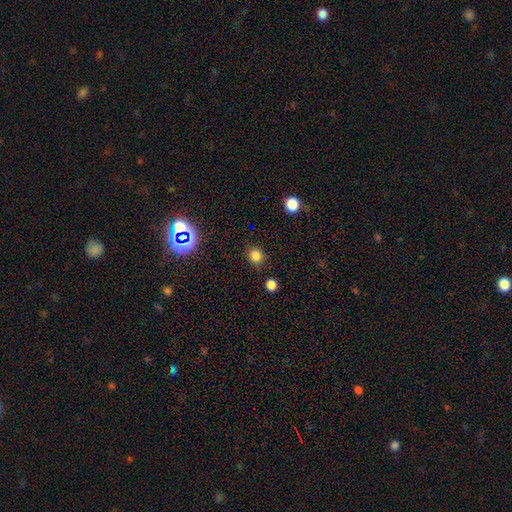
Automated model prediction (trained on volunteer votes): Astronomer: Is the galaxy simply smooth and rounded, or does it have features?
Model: smooth — 81%.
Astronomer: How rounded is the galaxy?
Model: round — 83%.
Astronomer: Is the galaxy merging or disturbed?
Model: none — 86%.